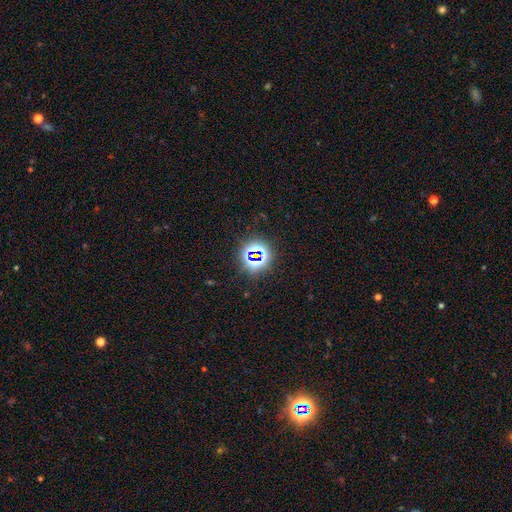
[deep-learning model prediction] Smooth or featured?
  - star or artifact: 73% *
  - smooth: 18%
  - featured or disk: 9%